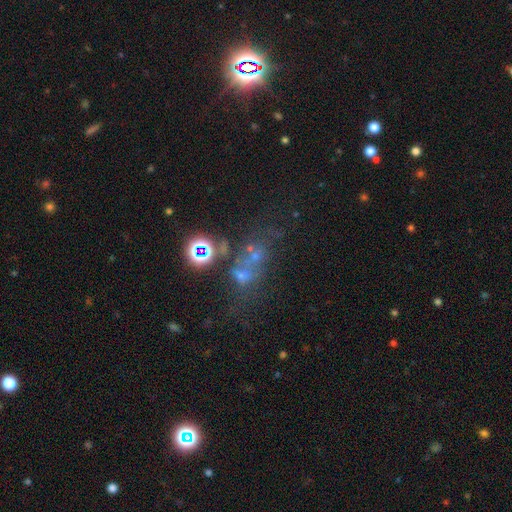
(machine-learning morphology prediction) star or artifact 44%, smooth 31%, featured or disk 25%.